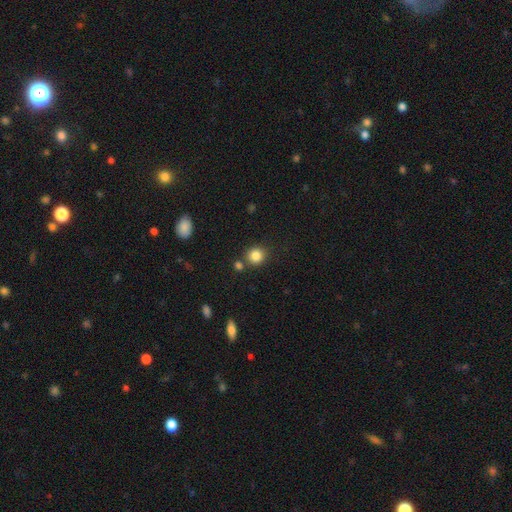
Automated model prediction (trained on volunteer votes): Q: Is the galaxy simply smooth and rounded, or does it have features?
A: smooth — 85%.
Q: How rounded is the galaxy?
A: round — 86%.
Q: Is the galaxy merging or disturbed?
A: none — 78%.